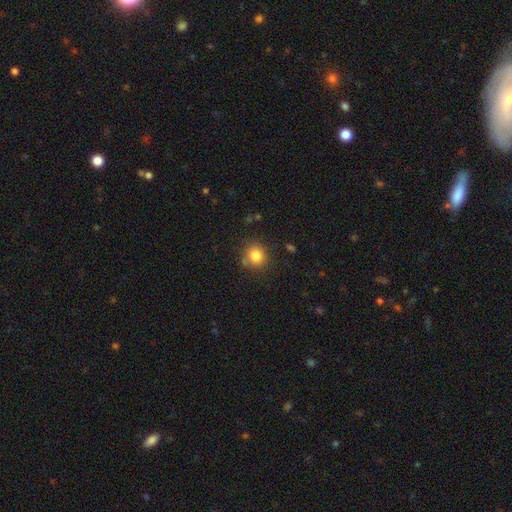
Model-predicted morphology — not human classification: smooth 83%, star or artifact 11%, featured or disk 6%. Down the decision tree: how rounded — round (82%); merging — none (79%).